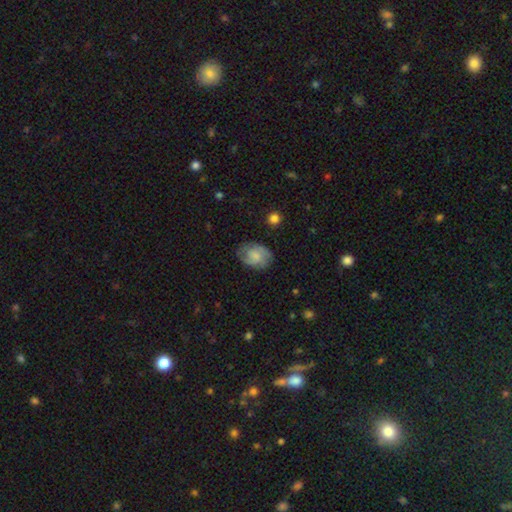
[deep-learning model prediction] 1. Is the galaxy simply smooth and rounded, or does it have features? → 49% smooth, 44% featured or disk, 8% star or artifact.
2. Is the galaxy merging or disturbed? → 70% none, 21% minor disturbance, 7% major disturbance, 1% merger.